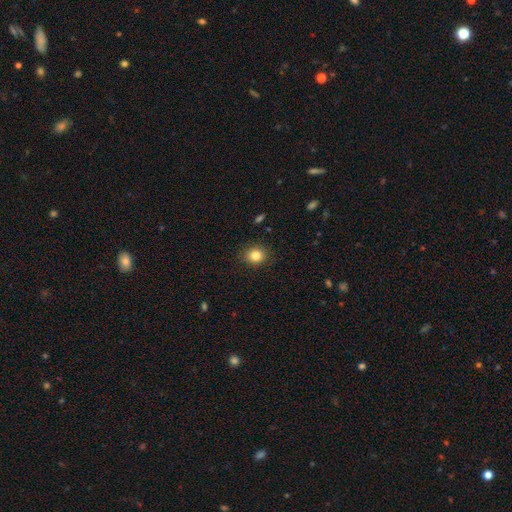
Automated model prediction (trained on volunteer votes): This appears to be a smooth galaxy with no disk features (83%) that is round (74%). Merging: none (89%).